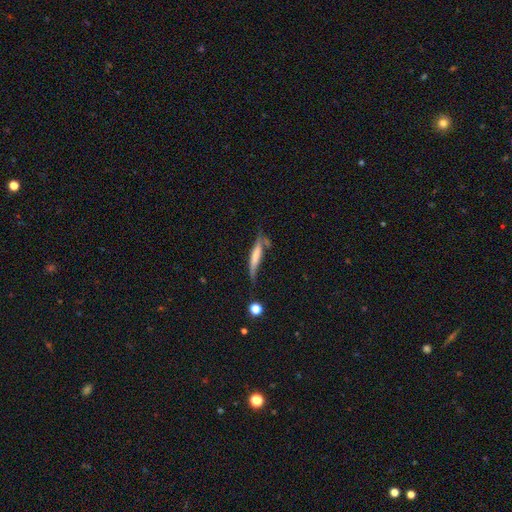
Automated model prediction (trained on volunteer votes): Morphology: type=smooth (58%); roundness=cigar-shaped (88%); merging=none (48%).